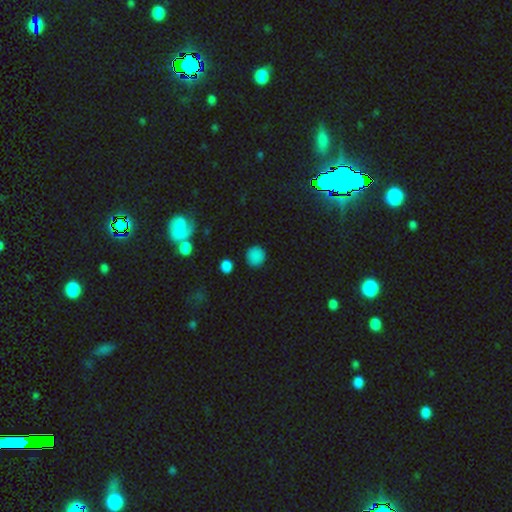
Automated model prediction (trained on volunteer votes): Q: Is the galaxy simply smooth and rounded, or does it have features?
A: smooth — 82%.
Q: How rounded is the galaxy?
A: round — 90%.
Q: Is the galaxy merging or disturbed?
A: none — 87%.